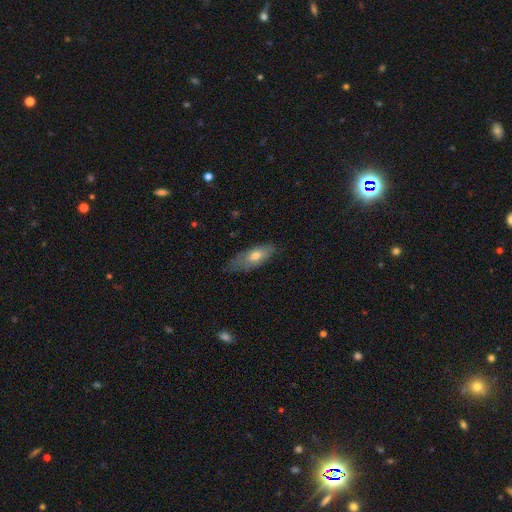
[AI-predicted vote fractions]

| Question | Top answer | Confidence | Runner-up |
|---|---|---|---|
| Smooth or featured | smooth | 66% | featured or disk (27%) |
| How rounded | in between | 74% | cigar-shaped (24%) |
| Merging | none | 60% | minor disturbance (30%) |